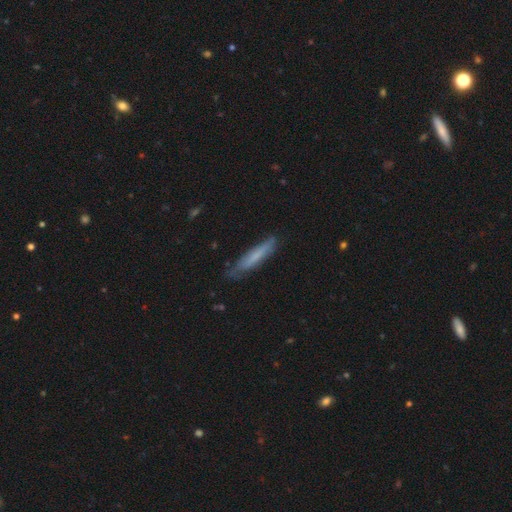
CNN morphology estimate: Smooth or featured: smooth — 62% (featured or disk — 32%)
How rounded: cigar-shaped — 89% (in between — 9%)
Merging: none — 74% (minor disturbance — 20%)